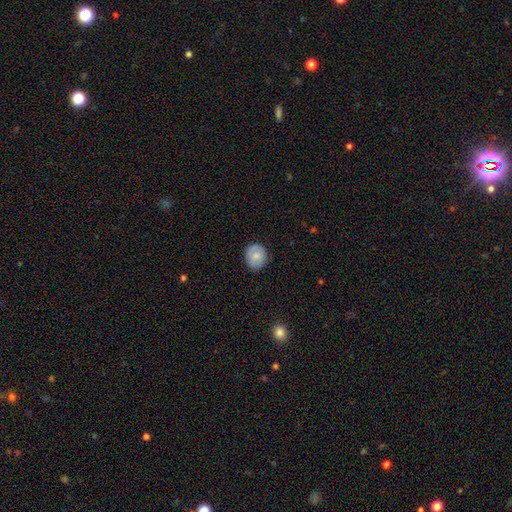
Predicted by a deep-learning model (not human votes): Morphology: type=smooth (75%); roundness=round (76%); merging=none (84%).